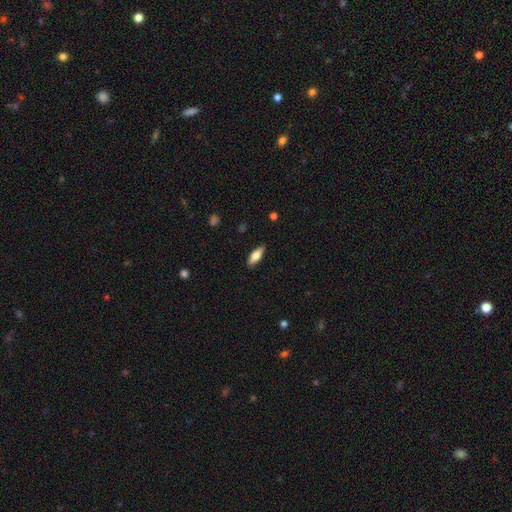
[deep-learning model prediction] Smooth or featured?
  - smooth: 69% *
  - featured or disk: 25%
  - star or artifact: 6%
How rounded?
  - in between: 65% *
  - cigar-shaped: 33%
  - round: 2%
Merging?
  - none: 87% *
  - minor disturbance: 10%
  - major disturbance: 2%
  - merger: 1%